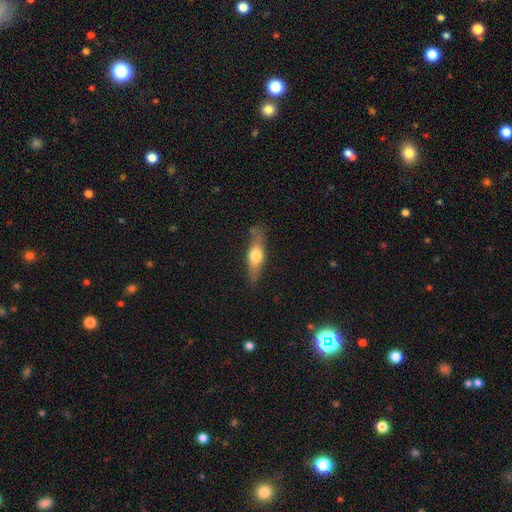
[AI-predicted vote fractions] smooth_or_featured: smooth (p=0.50) [alt: featured or disk p=0.44]
merging: none (p=0.78) [alt: minor disturbance p=0.15]